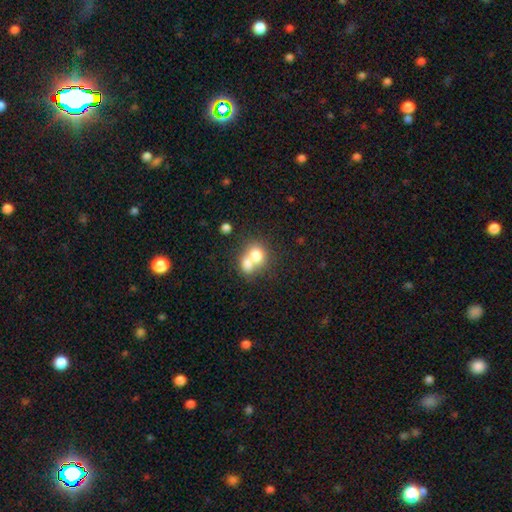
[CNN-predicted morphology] Smooth or featured?
  - smooth: 73% *
  - featured or disk: 17%
  - star or artifact: 10%
How rounded?
  - round: 64% *
  - in between: 35%
  - cigar-shaped: 1%
Merging?
  - merger: 67% *
  - none: 24%
  - minor disturbance: 6%
  - major disturbance: 3%